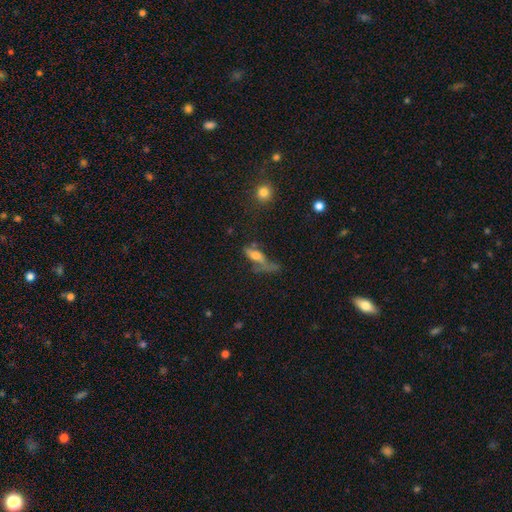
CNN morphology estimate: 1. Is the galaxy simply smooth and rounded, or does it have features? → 49% smooth, 40% featured or disk, 11% star or artifact.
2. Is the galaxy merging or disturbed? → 40% major disturbance, 26% none, 23% minor disturbance, 11% merger.